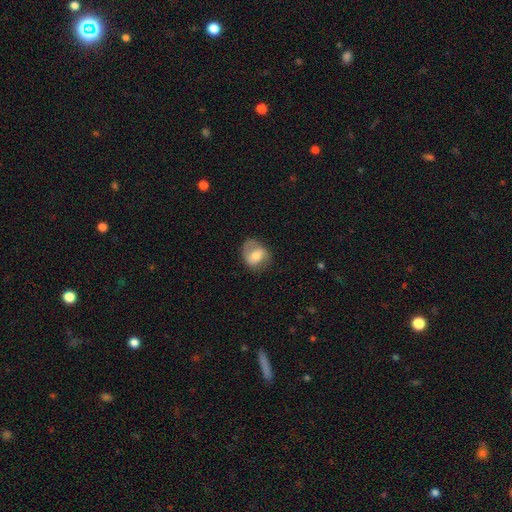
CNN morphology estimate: Overall: featured or disk (53%; smooth 40%). Edge-on disk: no (96%). Bar: weak (43%; no 36%). Spiral arms: yes (80%). Bulge size: moderate (59%; small 25%). Merging: none (65%).